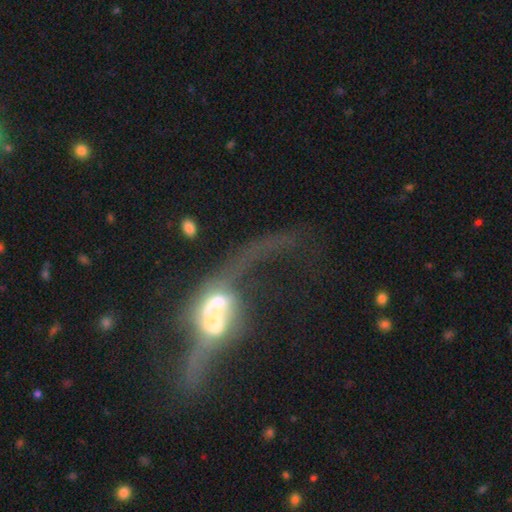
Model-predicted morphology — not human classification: Smooth or featured?
  - featured or disk: 63% *
  - smooth: 23%
  - star or artifact: 14%
Edge-on disk?
  - no: 77% *
  - yes: 23%
Merging?
  - merger: 53% *
  - major disturbance: 25%
  - none: 14%
  - minor disturbance: 7%